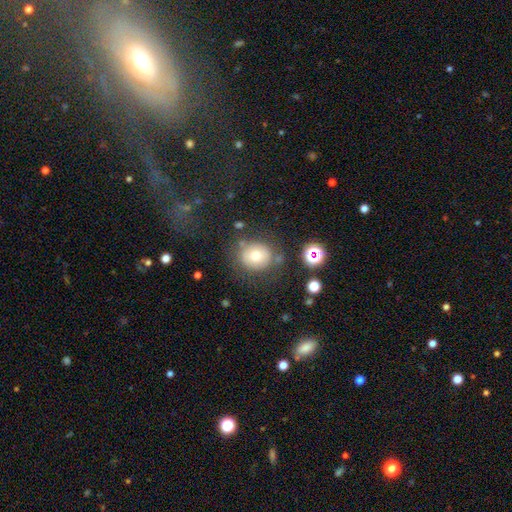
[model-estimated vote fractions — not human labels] smooth-or-featured: smooth: 71% | featured or disk: 16% | star or artifact: 14%
  how-rounded: round: 80% | in between: 19% | cigar-shaped: 1%
  merging: none: 74% | minor disturbance: 14% | major disturbance: 6% | merger: 6%